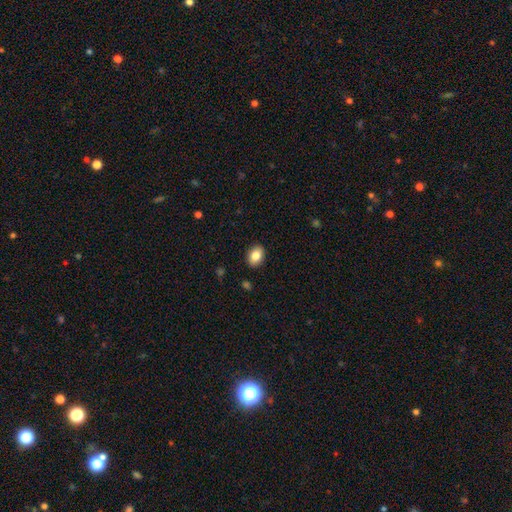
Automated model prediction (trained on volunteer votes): Morphology: type=smooth (83%); roundness=in between (77%); merging=none (90%).